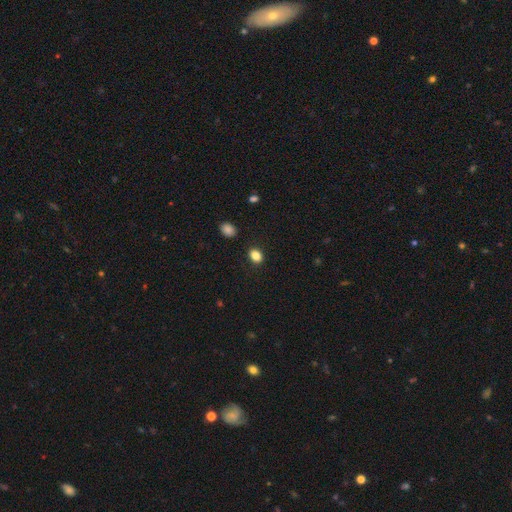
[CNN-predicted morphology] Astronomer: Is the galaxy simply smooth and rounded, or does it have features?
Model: smooth — 85%.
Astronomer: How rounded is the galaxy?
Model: in between — 61% (runner-up: round, 37%).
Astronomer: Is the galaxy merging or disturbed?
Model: none — 88%.